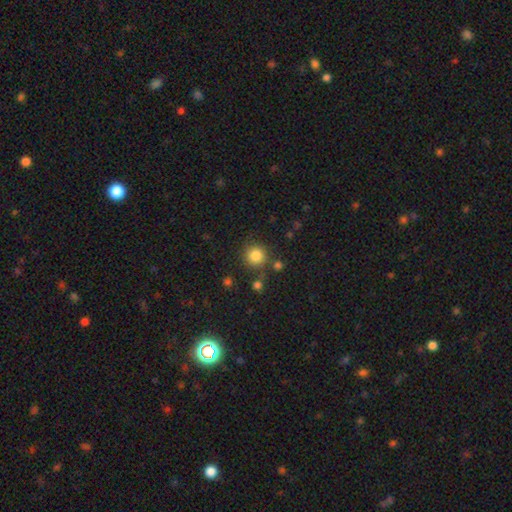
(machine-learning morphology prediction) Q: Smooth or featured?
A: smooth (83%); runner-up: star or artifact (11%)
Q: How rounded?
A: round (93%); runner-up: in between (6%)
Q: Merging?
A: none (80%); runner-up: minor disturbance (10%)